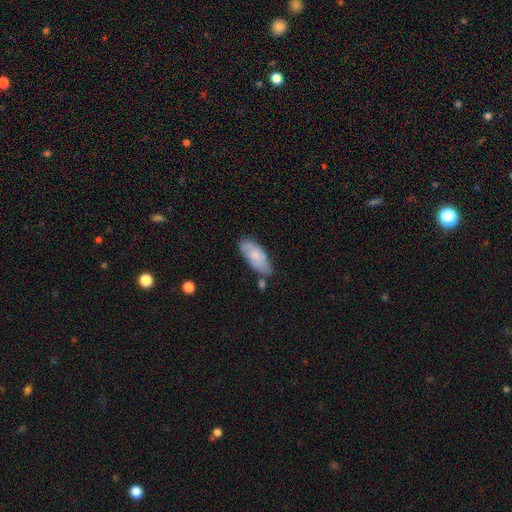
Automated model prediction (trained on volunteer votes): smooth 73%, featured or disk 21%, star or artifact 6%. Down the decision tree: how rounded — in between (83%); merging — none (63%).